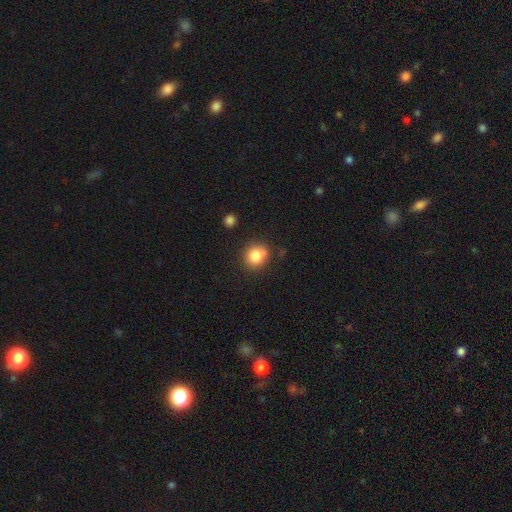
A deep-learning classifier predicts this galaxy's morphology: smooth_or_featured: smooth (p=0.83) [alt: star or artifact p=0.10]
how_rounded: round (p=0.83) [alt: in between p=0.16]
merging: none (p=0.74) [alt: minor disturbance p=0.16]